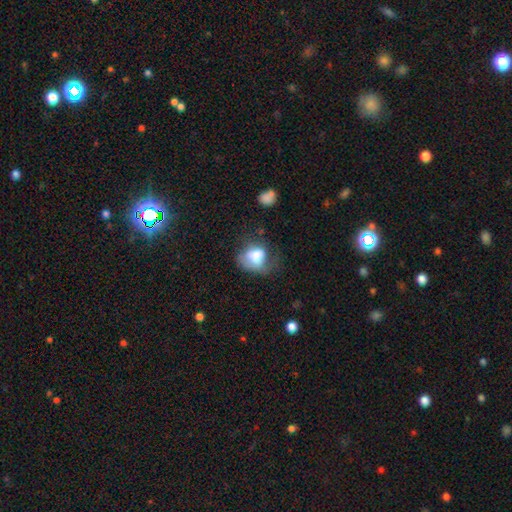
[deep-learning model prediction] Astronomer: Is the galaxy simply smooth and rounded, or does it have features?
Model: smooth — 71%.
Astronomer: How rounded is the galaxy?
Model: in between — 56% (runner-up: round, 43%).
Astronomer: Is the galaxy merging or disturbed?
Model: major disturbance — 32% (runner-up: none, 31%).